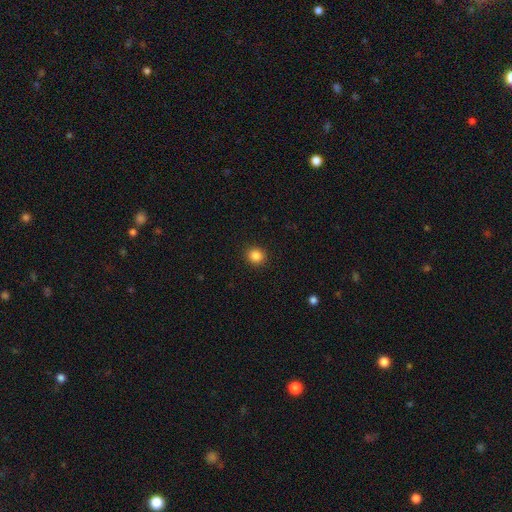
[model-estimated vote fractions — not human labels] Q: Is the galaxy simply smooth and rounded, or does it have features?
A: smooth — 86%.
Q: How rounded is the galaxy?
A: round — 87%.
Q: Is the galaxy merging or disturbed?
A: none — 91%.